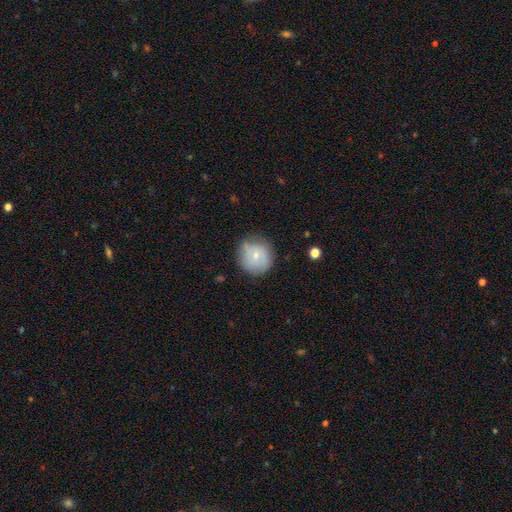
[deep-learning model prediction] Overall: smooth (69%). How rounded: round (91%). Merging: none (73%).